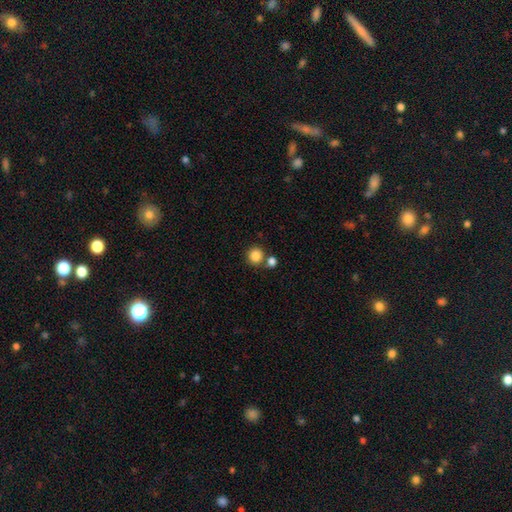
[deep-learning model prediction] Smooth or featured: smooth — 85% (star or artifact — 10%)
How rounded: round — 92% (in between — 7%)
Merging: none — 71% (merger — 19%)